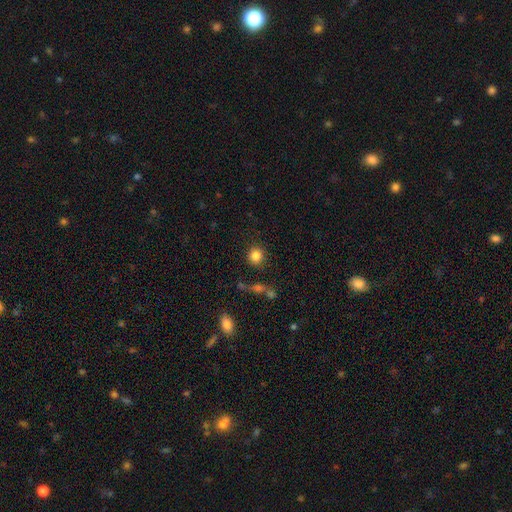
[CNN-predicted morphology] smooth-or-featured: smooth: 84% | star or artifact: 11% | featured or disk: 5%
  how-rounded: round: 90% | in between: 9% | cigar-shaped: 1%
  merging: none: 85% | minor disturbance: 8% | merger: 4% | major disturbance: 3%